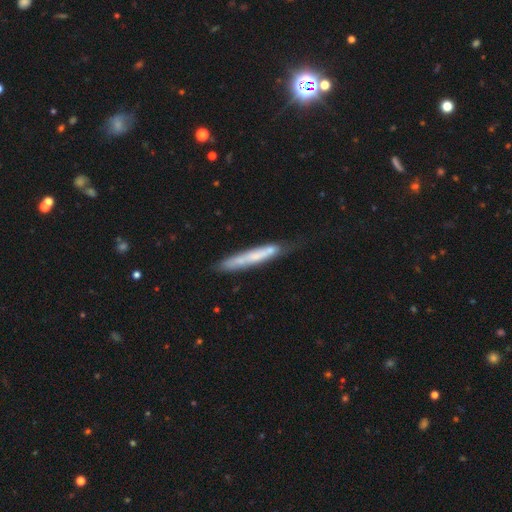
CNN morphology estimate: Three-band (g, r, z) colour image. It shows a smooth galaxy with no disk features (52%) that is cigar-shaped (94%). Merging: none (62%).